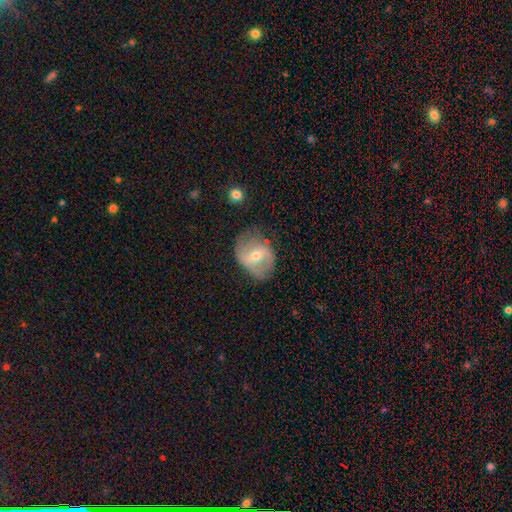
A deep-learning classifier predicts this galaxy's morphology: Q: Smooth or featured?
A: featured or disk (63%); runner-up: smooth (30%)
Q: Edge-on disk?
A: no (96%); runner-up: yes (4%)
Q: Bar?
A: weak (45%); runner-up: strong (31%)
Q: Spiral arms?
A: yes (72%); runner-up: no (28%)
Q: Bulge size?
A: moderate (49%); runner-up: small (48%)
Q: Merging?
A: none (56%); runner-up: minor disturbance (29%)